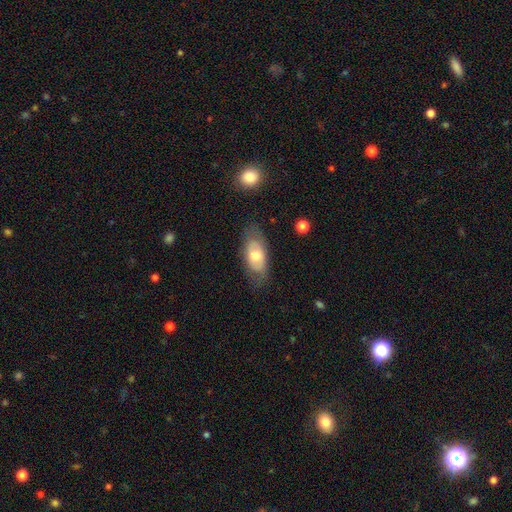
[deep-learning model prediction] smooth-or-featured: smooth: 56% | featured or disk: 38% | star or artifact: 6%
  how-rounded: in between: 88% | cigar-shaped: 7% | round: 5%
  merging: none: 75% | minor disturbance: 17% | major disturbance: 6% | merger: 2%